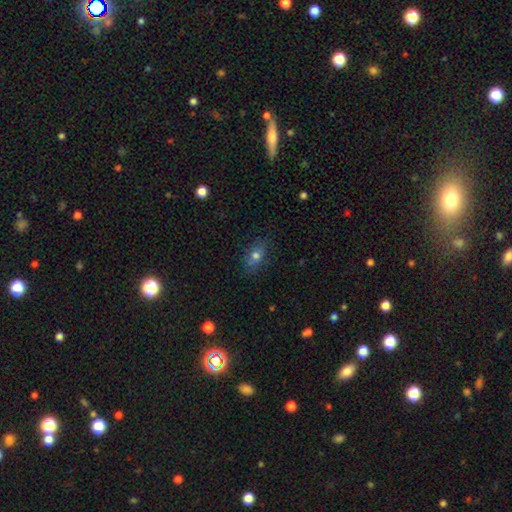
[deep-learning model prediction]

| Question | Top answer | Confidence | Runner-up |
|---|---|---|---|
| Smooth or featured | smooth | 73% | featured or disk (16%) |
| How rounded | in between | 77% | round (17%) |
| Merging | none | 82% | minor disturbance (13%) |